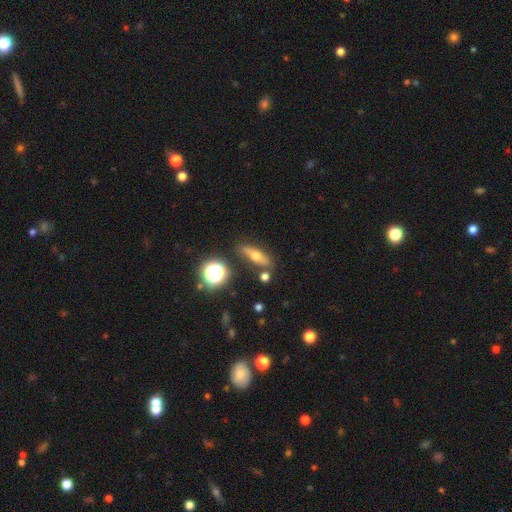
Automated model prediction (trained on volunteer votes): The model was most divided on "smooth or featured": smooth: 47%, featured or disk: 39%, star or artifact: 14%. More confident: merging — none (79%).